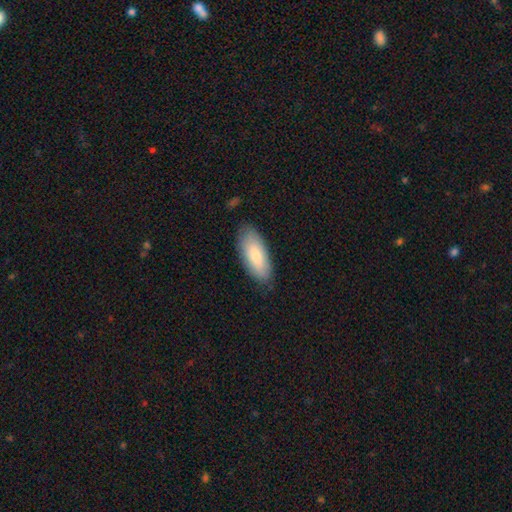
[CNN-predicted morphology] A smooth galaxy with no disk features (80%) that is in between round and cigar-shaped (81%).

Vote fractions:
- Smooth or featured? smooth: 80% / featured or disk: 15% / star or artifact: 6%
- How rounded? in between: 81% / cigar-shaped: 17% / round: 2%
- Merging? none: 82% / minor disturbance: 14% / major disturbance: 3% / merger: 1%